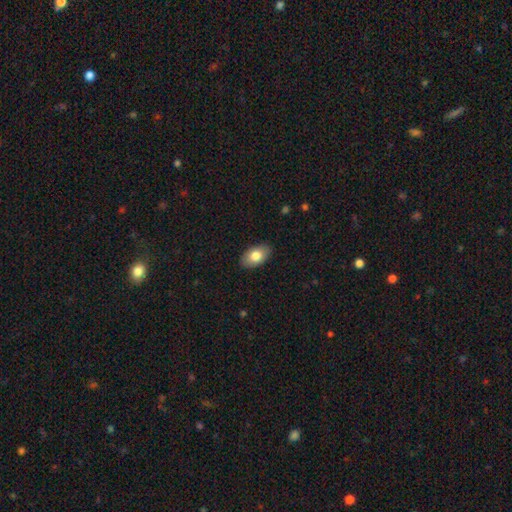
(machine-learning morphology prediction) Smooth or featured? smooth (79%)
How rounded? in between (93%)
Merging? none (87%)